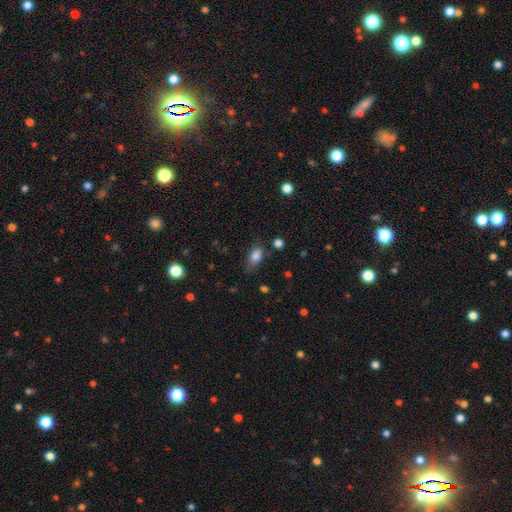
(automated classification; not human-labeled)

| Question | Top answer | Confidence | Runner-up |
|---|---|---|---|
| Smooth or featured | smooth | 82% | featured or disk (9%) |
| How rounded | in between | 85% | round (9%) |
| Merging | none | 63% | minor disturbance (26%) |